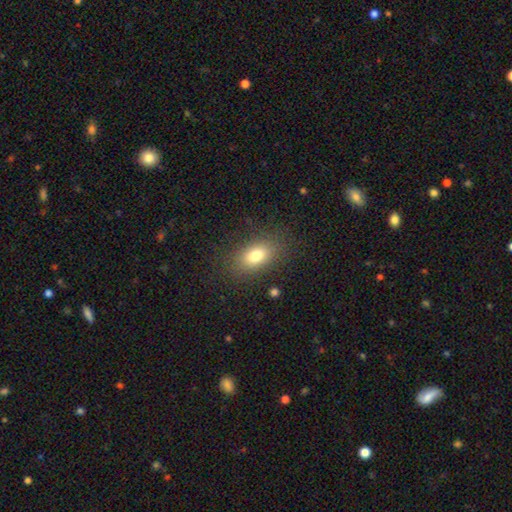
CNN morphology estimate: This appears to be a smooth galaxy with no disk features (78%) that is in between round and cigar-shaped (83%). Merging: none (82%).